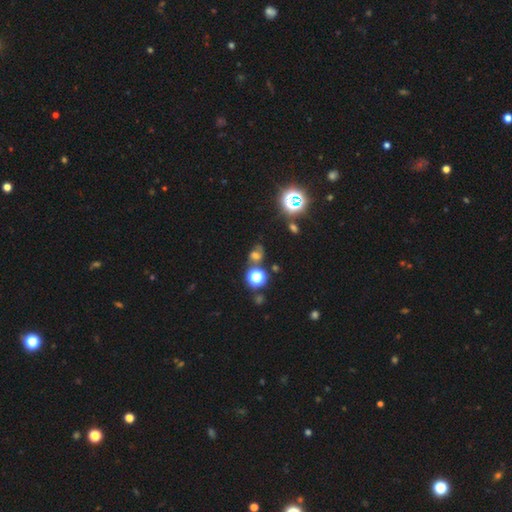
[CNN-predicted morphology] This appears to be a smooth galaxy with no disk features (39%). Merging: none (55%).